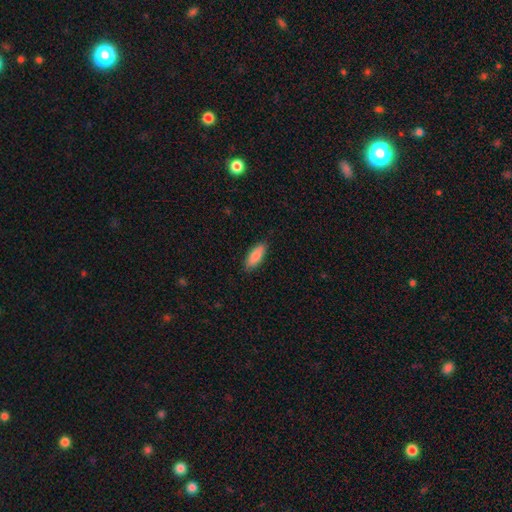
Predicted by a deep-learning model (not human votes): Smooth or featured: smooth — 88% (featured or disk — 6%)
How rounded: in between — 72% (cigar-shaped — 27%)
Merging: none — 88% (minor disturbance — 9%)